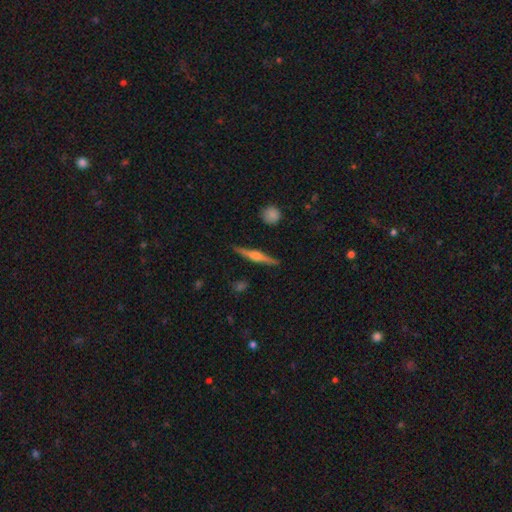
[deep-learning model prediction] Morphology: type=featured or disk (72%); edge-on=yes (98%); edge-on bulge=rounded (82%); merging=none (89%).